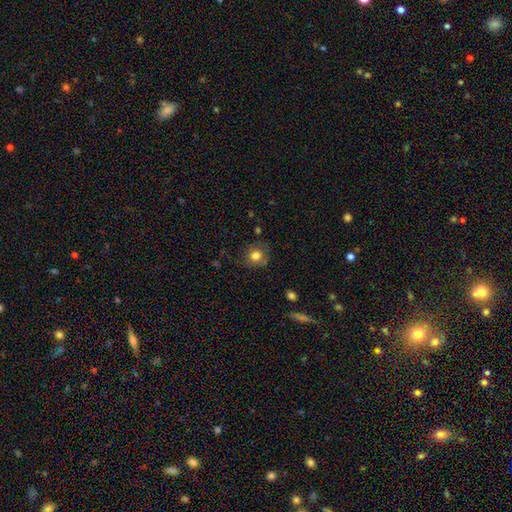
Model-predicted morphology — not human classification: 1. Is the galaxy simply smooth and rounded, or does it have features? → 77% smooth, 14% featured or disk, 10% star or artifact.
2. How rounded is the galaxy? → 81% round, 18% in between, 1% cigar-shaped.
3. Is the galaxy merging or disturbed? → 75% none, 17% minor disturbance, 6% major disturbance, 2% merger.